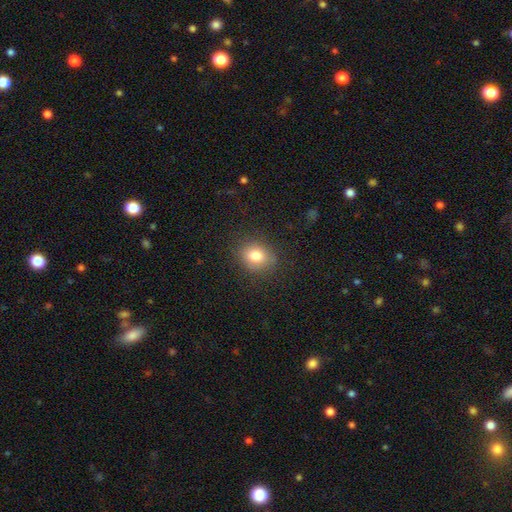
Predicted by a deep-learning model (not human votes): smooth-or-featured: smooth: 80% | star or artifact: 11% | featured or disk: 9%
  how-rounded: round: 55% | in between: 44% | cigar-shaped: 1%
  merging: none: 83% | minor disturbance: 12% | major disturbance: 4% | merger: 1%